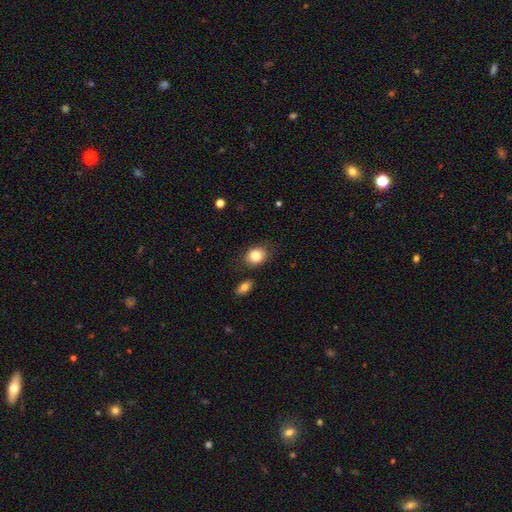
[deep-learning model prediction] This appears to be a smooth galaxy with no disk features (82%) that is in between round and cigar-shaped (52%). Merging: none (75%).